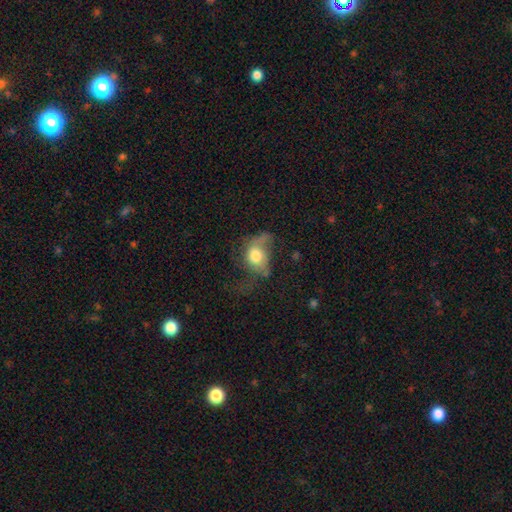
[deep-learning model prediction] Smooth or featured?
  - smooth: 60% *
  - featured or disk: 30%
  - star or artifact: 10%
How rounded?
  - in between: 63% *
  - round: 35%
  - cigar-shaped: 2%
Merging?
  - major disturbance: 47% *
  - none: 24%
  - minor disturbance: 24%
  - merger: 5%